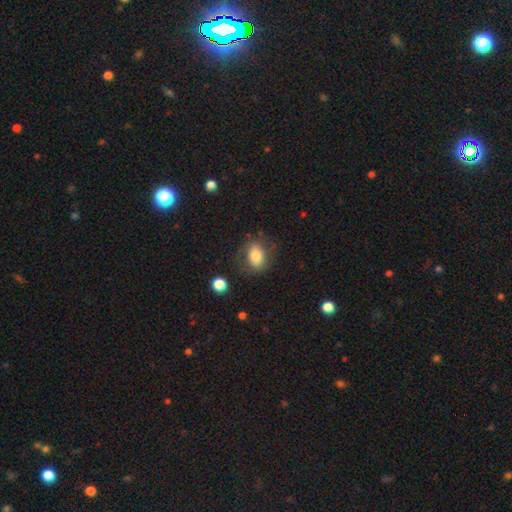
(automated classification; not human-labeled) smooth_or_featured: smooth (p=0.73) [alt: featured or disk p=0.18]
how_rounded: in between (p=0.73) [alt: round p=0.25]
merging: none (p=0.71) [alt: minor disturbance p=0.18]